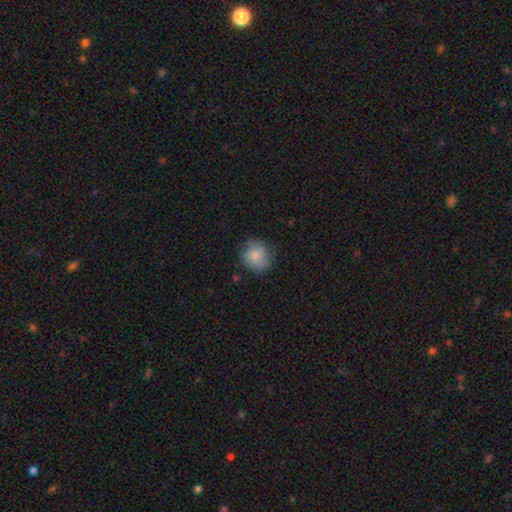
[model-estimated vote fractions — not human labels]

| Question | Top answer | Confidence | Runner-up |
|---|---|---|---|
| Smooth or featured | smooth | 83% | featured or disk (9%) |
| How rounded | round | 80% | in between (19%) |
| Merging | none | 75% | minor disturbance (19%) |